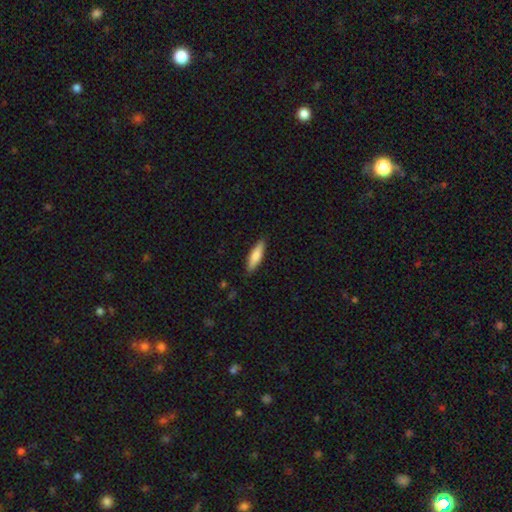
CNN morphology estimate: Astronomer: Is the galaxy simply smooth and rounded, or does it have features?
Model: smooth — 76%.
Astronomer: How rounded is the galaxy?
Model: cigar-shaped — 62%.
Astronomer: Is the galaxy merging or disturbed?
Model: none — 88%.